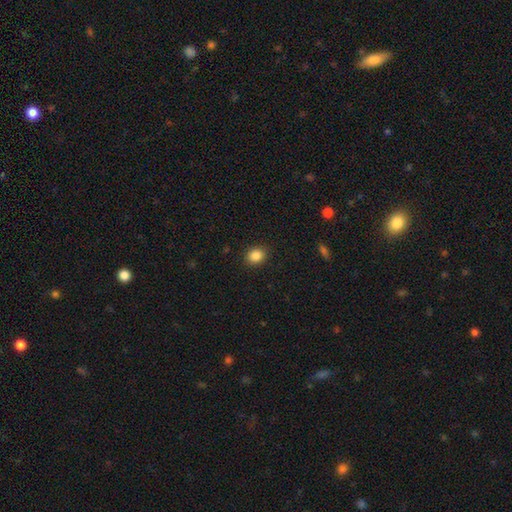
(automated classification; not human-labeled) A smooth galaxy with no disk features (86%) that is round (56%).

Vote fractions:
- Smooth or featured? smooth: 86% / star or artifact: 10% / featured or disk: 4%
- How rounded? round: 56% / in between: 43% / cigar-shaped: 1%
- Merging? none: 90% / minor disturbance: 7% / major disturbance: 2% / merger: 1%